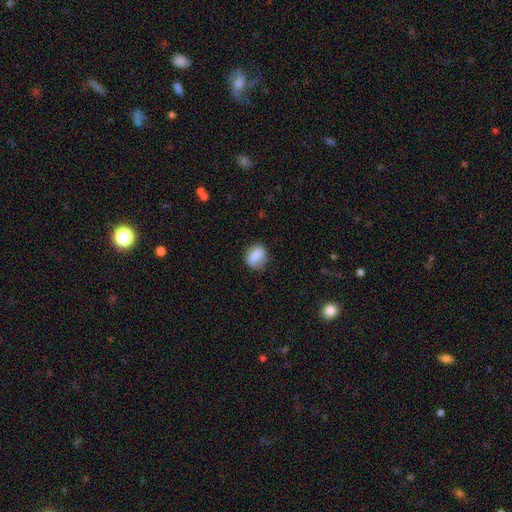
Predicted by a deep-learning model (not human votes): Smooth or featured? Predicted: smooth (p=0.78). How rounded? Predicted: in between (p=0.49, tied with round). Merging? Predicted: none (p=0.81).